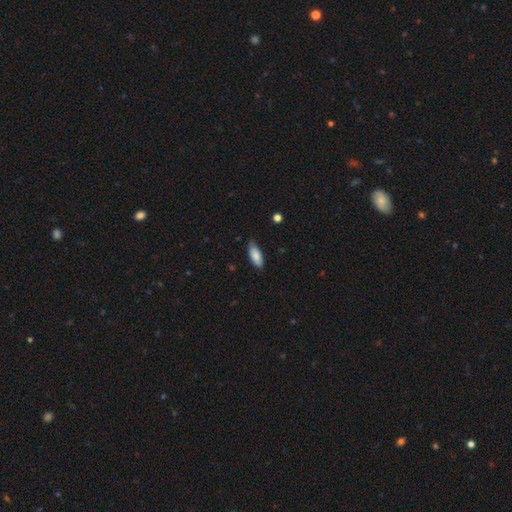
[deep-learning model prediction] A smooth galaxy with no disk features (84%) that is in between round and cigar-shaped (76%).

Vote fractions:
- Smooth or featured? smooth: 84% / featured or disk: 10% / star or artifact: 6%
- How rounded? in between: 76% / cigar-shaped: 22% / round: 2%
- Merging? none: 73% / minor disturbance: 23% / major disturbance: 3% / merger: 1%